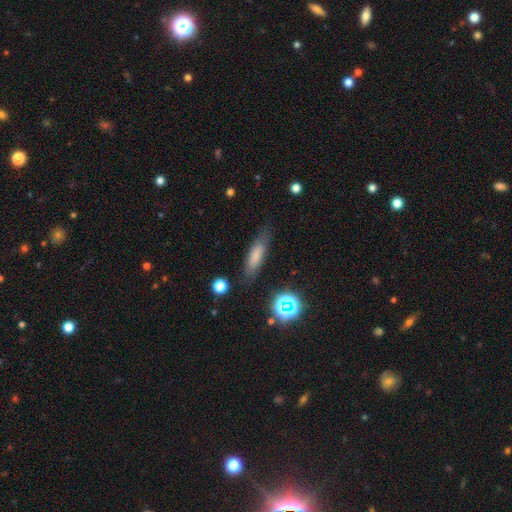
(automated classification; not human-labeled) smooth_or_featured: smooth (p=0.74) [alt: featured or disk p=0.15]
how_rounded: cigar-shaped (p=0.61) [alt: in between p=0.37]
merging: none (p=0.79) [alt: minor disturbance p=0.14]